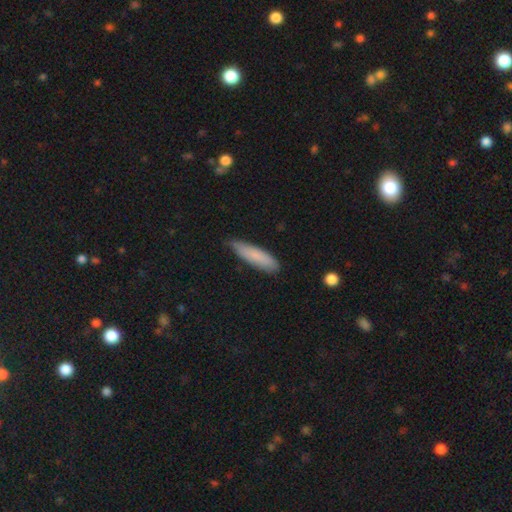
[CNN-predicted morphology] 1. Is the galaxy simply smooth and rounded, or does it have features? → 82% smooth, 13% featured or disk, 6% star or artifact.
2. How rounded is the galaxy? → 72% cigar-shaped, 27% in between, 1% round.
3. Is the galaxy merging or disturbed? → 75% none, 21% minor disturbance, 3% major disturbance, 1% merger.